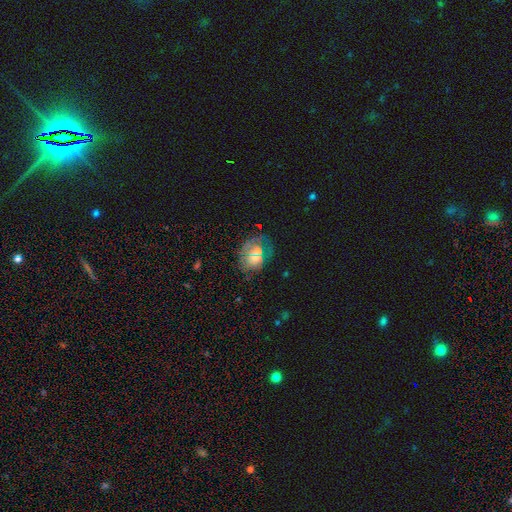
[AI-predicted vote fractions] Q: Smooth or featured?
A: smooth (49%); runner-up: featured or disk (28%)
Q: Merging?
A: none (63%); runner-up: minor disturbance (21%)